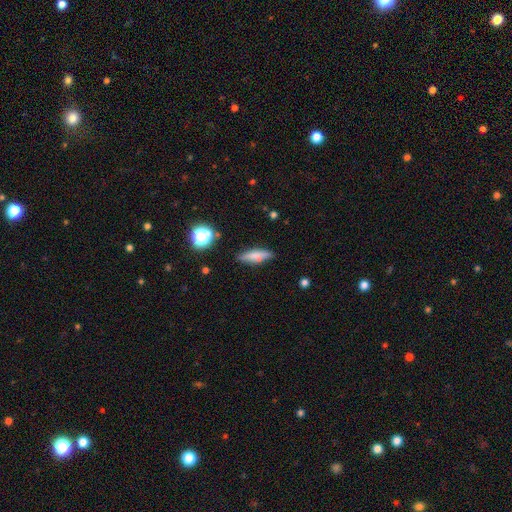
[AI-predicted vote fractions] A smooth galaxy with no disk features (63%) that is cigar-shaped (63%).

Vote fractions:
- Smooth or featured? smooth: 63% / featured or disk: 27% / star or artifact: 10%
- How rounded? cigar-shaped: 63% / in between: 34% / round: 3%
- Merging? none: 80% / minor disturbance: 14% / major disturbance: 3% / merger: 2%